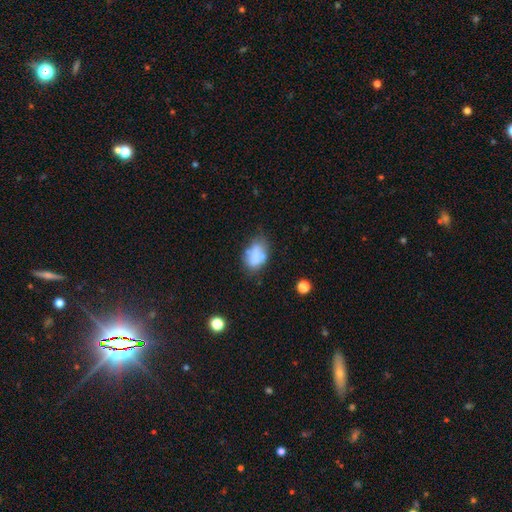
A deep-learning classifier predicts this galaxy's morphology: The model was most divided on "merging": none: 49%, minor disturbance: 28%, major disturbance: 12%, merger: 11%. More confident: how rounded — in between (86%); smooth or featured — smooth (70%).